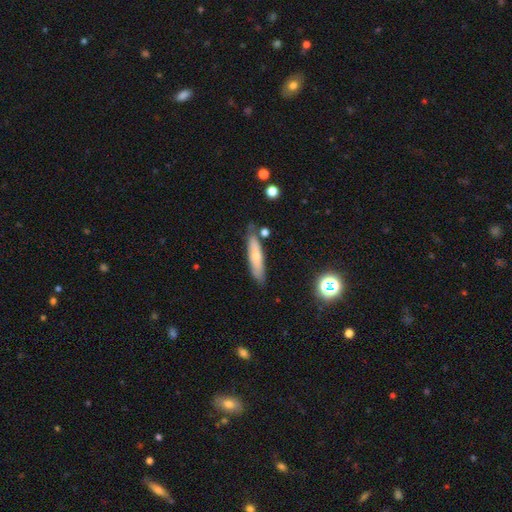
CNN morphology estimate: This appears to be a smooth galaxy with no disk features (62%) that is cigar-shaped (76%). Merging: none (76%).